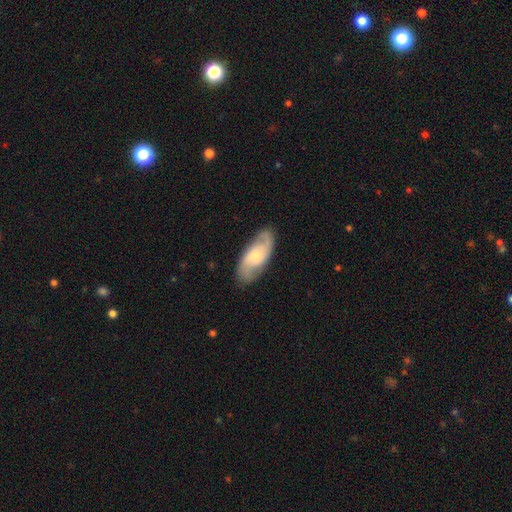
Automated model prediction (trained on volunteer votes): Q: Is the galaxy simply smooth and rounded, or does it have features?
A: featured or disk — 64%.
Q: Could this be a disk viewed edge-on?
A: no — 92%.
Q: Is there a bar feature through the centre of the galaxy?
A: no — 59%.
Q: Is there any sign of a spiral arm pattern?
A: yes — 91%.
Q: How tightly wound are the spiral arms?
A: medium — 46%.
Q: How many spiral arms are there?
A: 2 — 85%.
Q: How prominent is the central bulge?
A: small — 46%.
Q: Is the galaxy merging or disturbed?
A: none — 82%.